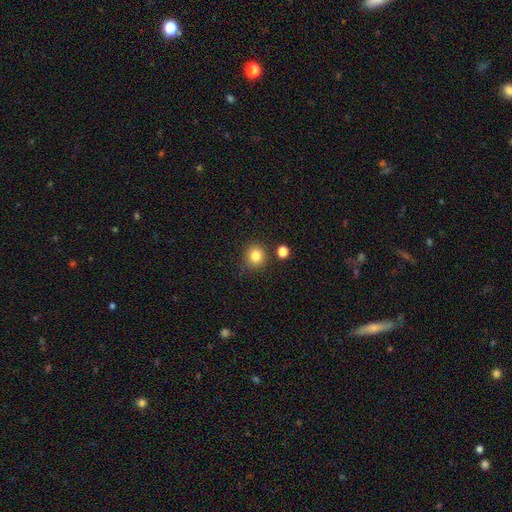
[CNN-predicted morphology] Smooth or featured? Predicted: smooth (p=0.82). How rounded? Predicted: round (p=0.89). Merging? Predicted: none (p=0.81).